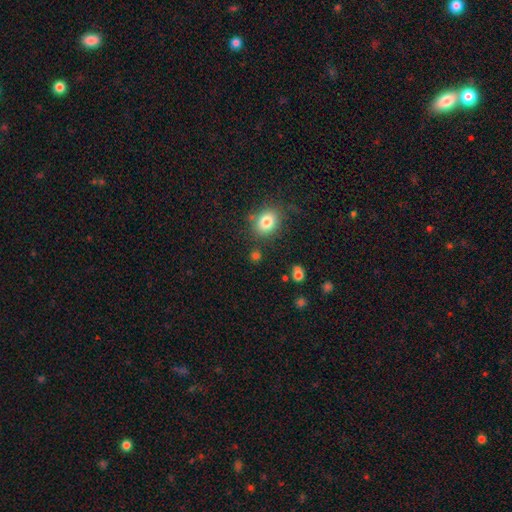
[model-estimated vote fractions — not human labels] Smooth or featured? Predicted: smooth (p=0.78). How rounded? Predicted: round (p=0.73). Merging? Predicted: none (p=0.77).